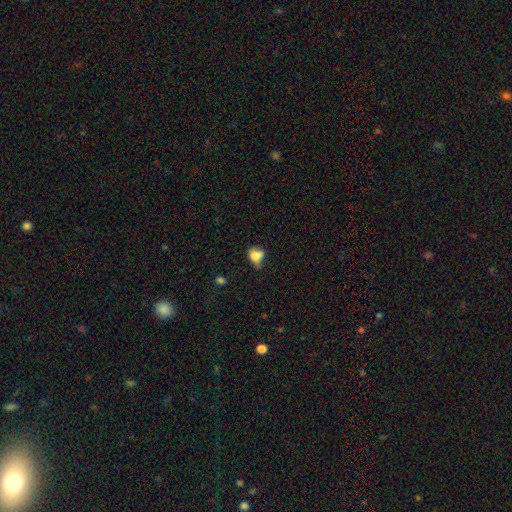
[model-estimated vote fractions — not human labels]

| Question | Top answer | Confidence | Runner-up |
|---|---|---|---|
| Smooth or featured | smooth | 69% | featured or disk (19%) |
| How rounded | in between | 67% | round (30%) |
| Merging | none | 32% | minor disturbance (28%) |